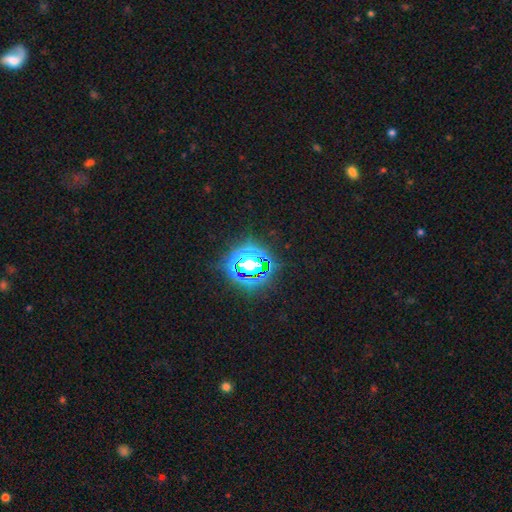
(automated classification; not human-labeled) Smooth or featured: star or artifact — 67% (smooth — 23%)